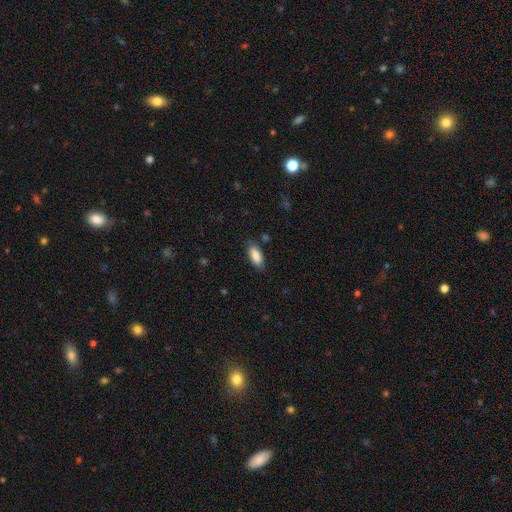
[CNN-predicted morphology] Smooth or featured?
  - smooth: 85% *
  - featured or disk: 9%
  - star or artifact: 6%
How rounded?
  - in between: 81% *
  - cigar-shaped: 17%
  - round: 2%
Merging?
  - none: 81% *
  - minor disturbance: 14%
  - major disturbance: 3%
  - merger: 2%